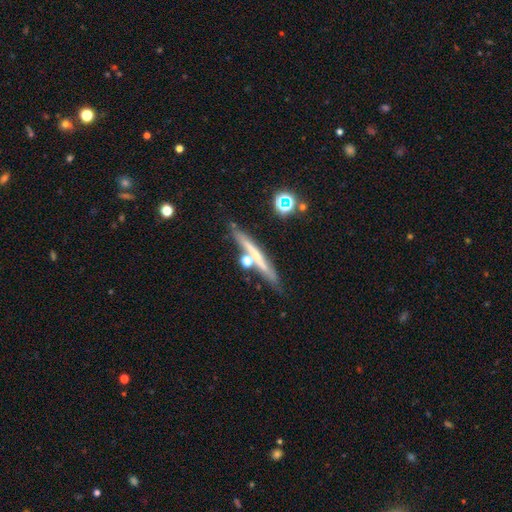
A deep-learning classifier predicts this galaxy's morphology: smooth-or-featured: featured or disk: 55% | smooth: 35% | star or artifact: 10%
  disk-edge-on: yes: 93% | no: 7%
    edge-on-bulge: none: 56% | rounded: 37% | boxy: 6%
  merging: none: 74% | minor disturbance: 11% | merger: 11% | major disturbance: 3%